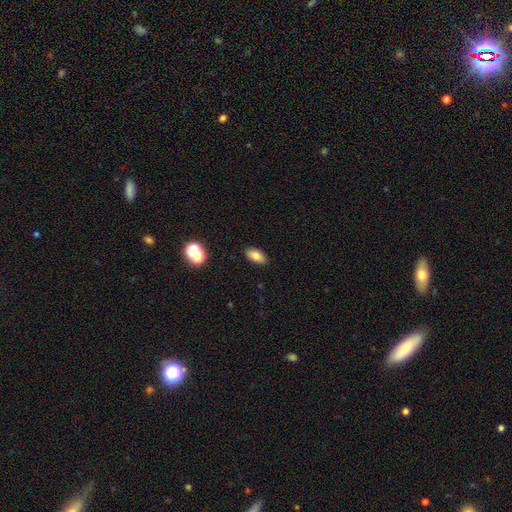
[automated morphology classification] Overall: smooth (80%). How rounded: in between (89%). Merging: none (88%).